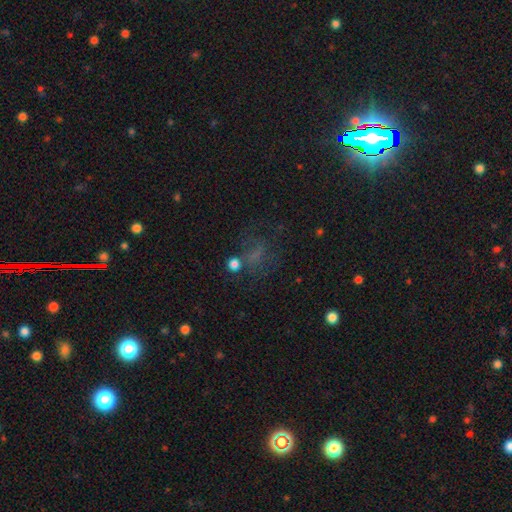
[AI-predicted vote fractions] A smooth galaxy with no disk features (41%).

Vote fractions:
- Smooth or featured? smooth: 41% / star or artifact: 36% / featured or disk: 23%
- Merging? none: 50% / major disturbance: 25% / minor disturbance: 19% / merger: 7%